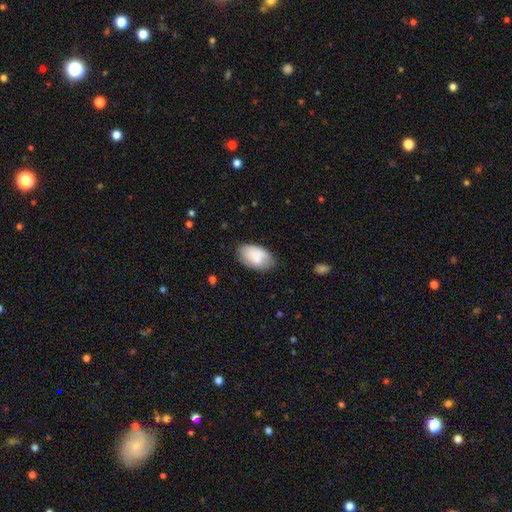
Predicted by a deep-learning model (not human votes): Smooth or featured? smooth (82%)
How rounded? in between (93%)
Merging? none (72%)